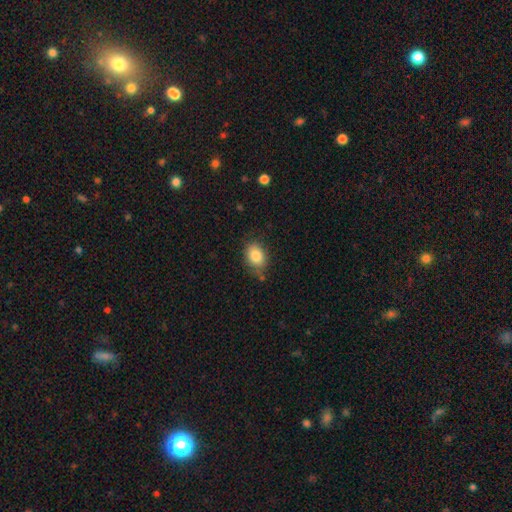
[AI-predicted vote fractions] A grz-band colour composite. It shows a smooth galaxy with no disk features (84%) that is in between round and cigar-shaped (64%). Merging: none (72%).